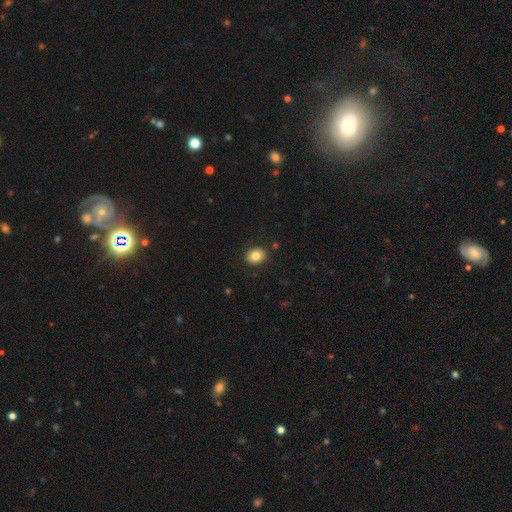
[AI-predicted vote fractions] The model was most divided on "how rounded": round: 57%, in between: 42%, cigar-shaped: 1%. More confident: merging — none (89%); smooth or featured — smooth (83%).